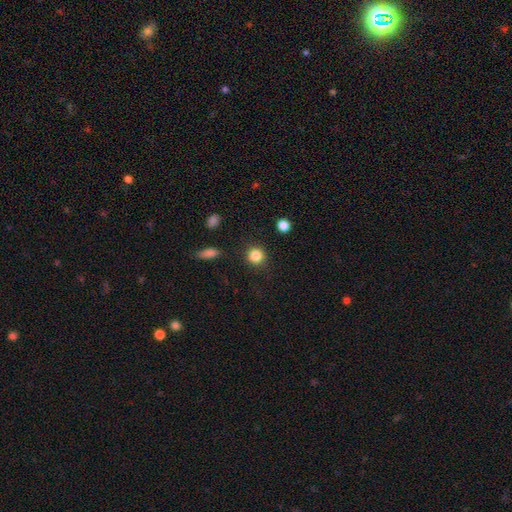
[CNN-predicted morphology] Overall: smooth (85%). How rounded: round (92%). Merging: none (88%).